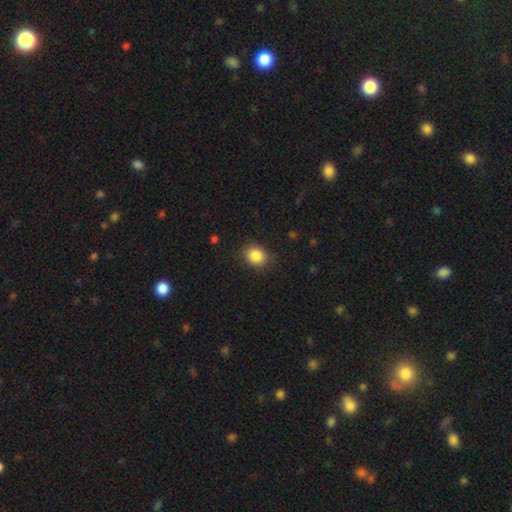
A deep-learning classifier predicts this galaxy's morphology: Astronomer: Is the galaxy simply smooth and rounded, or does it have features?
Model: smooth — 86%.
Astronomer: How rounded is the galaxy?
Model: round — 68%.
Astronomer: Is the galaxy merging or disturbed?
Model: none — 85%.